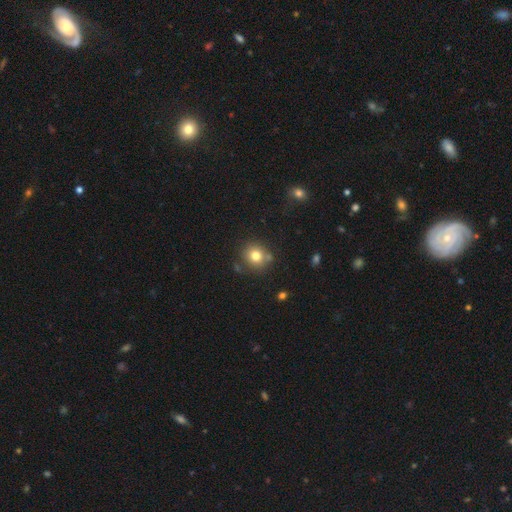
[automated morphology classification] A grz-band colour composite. It shows a smooth galaxy with no disk features (77%) that is round (87%). Merging: none (78%).